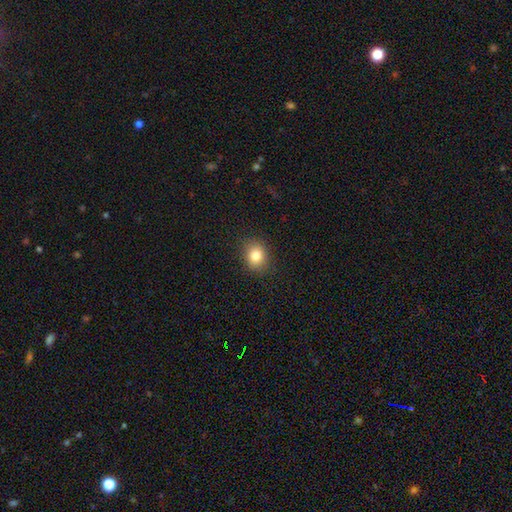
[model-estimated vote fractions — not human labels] smooth 82%, star or artifact 11%, featured or disk 7%. Down the decision tree: how rounded — round (61%); merging — none (88%).